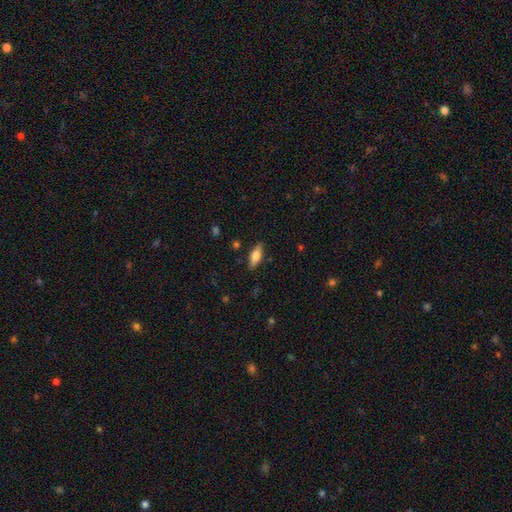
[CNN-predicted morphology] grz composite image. It shows a smooth galaxy with no disk features (68%) that is in between round and cigar-shaped (75%). Merging: none (85%).